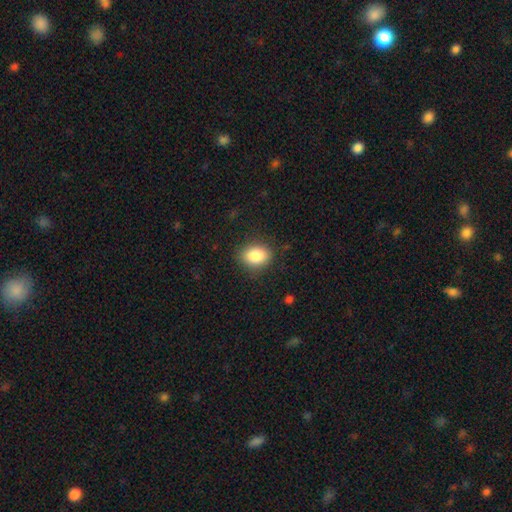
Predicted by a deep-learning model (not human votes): smooth-or-featured: smooth: 86% | star or artifact: 8% | featured or disk: 5%
  how-rounded: in between: 65% | round: 34% | cigar-shaped: 1%
  merging: none: 85% | minor disturbance: 11% | major disturbance: 3% | merger: 1%